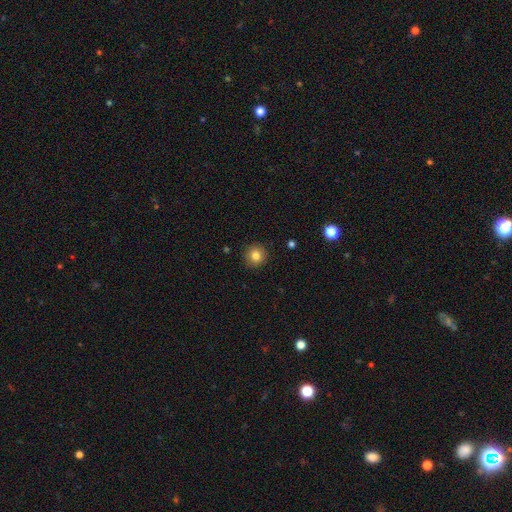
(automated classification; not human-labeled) Overall: smooth (81%). How rounded: round (93%). Merging: none (92%).